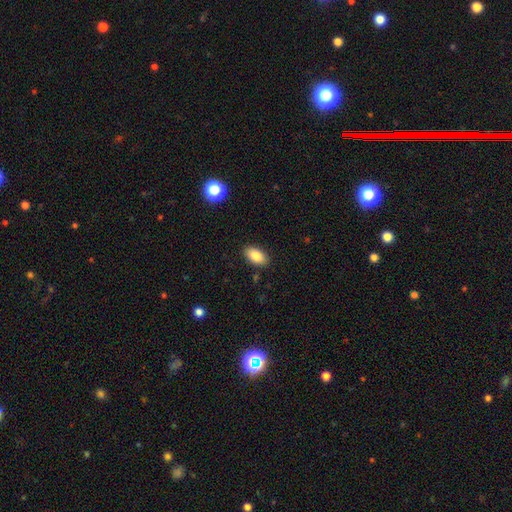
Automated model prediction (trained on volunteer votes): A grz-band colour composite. It shows a smooth galaxy with no disk features (85%) that is in between round and cigar-shaped (93%). Merging: none (89%).